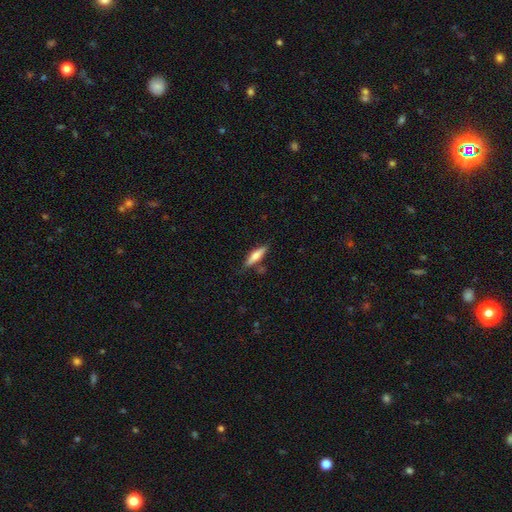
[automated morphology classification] Smooth or featured: smooth — 60% (featured or disk — 33%)
How rounded: cigar-shaped — 73% (in between — 25%)
Merging: none — 78% (minor disturbance — 14%)